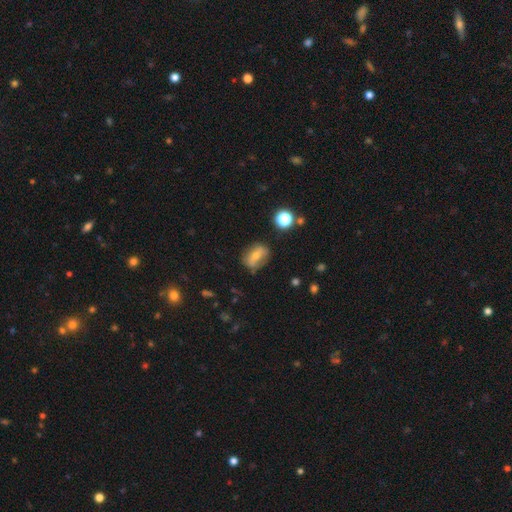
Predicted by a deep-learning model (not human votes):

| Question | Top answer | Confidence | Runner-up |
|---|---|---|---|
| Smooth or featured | smooth | 59% | featured or disk (30%) |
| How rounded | in between | 70% | round (25%) |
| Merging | none | 69% | minor disturbance (20%) |